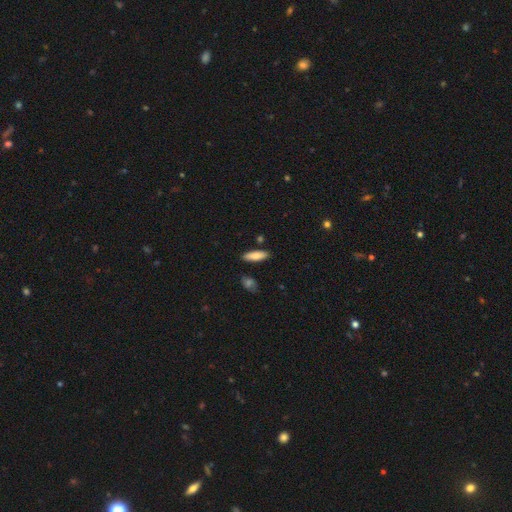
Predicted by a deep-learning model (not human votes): Smooth or featured? smooth (82%)
How rounded? in between (53%)
Merging? none (85%)